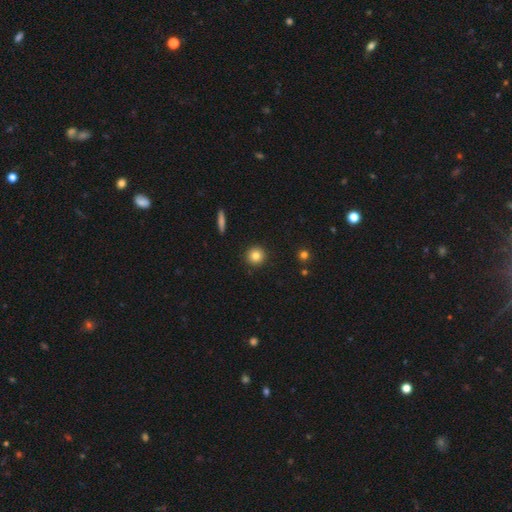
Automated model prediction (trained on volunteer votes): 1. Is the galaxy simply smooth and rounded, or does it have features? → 82% smooth, 11% star or artifact, 7% featured or disk.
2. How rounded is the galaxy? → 95% round, 4% in between, 1% cigar-shaped.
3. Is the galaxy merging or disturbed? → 92% none, 5% minor disturbance, 2% major disturbance, 1% merger.